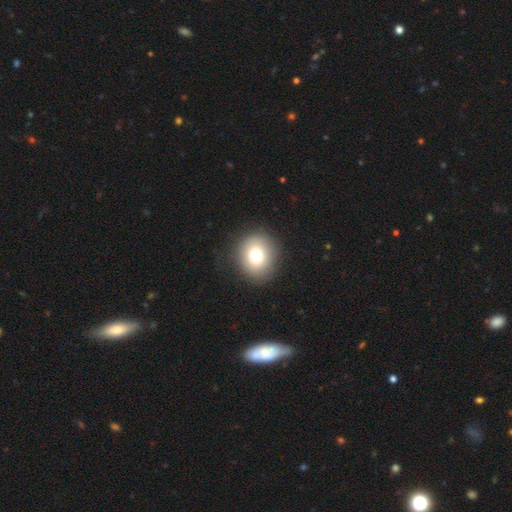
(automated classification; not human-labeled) A smooth galaxy with no disk features (76%) that is round (79%).

Vote fractions:
- Smooth or featured? smooth: 76% / featured or disk: 13% / star or artifact: 11%
- How rounded? round: 79% / in between: 20% / cigar-shaped: 1%
- Merging? none: 87% / minor disturbance: 8% / major disturbance: 3% / merger: 1%